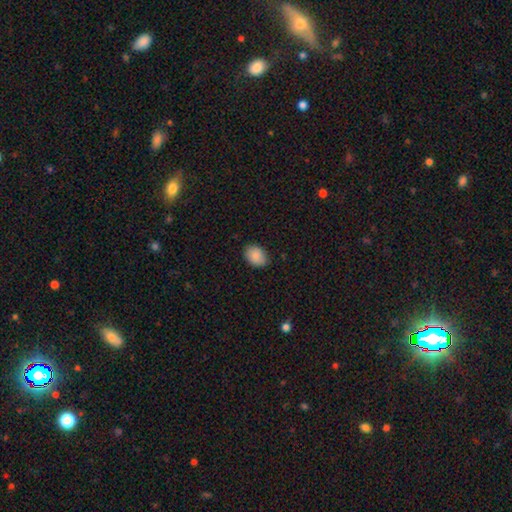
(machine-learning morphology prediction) smooth_or_featured: smooth (p=0.88) [alt: star or artifact p=0.07]
how_rounded: in between (p=0.74) [alt: round p=0.25]
merging: none (p=0.81) [alt: minor disturbance p=0.16]